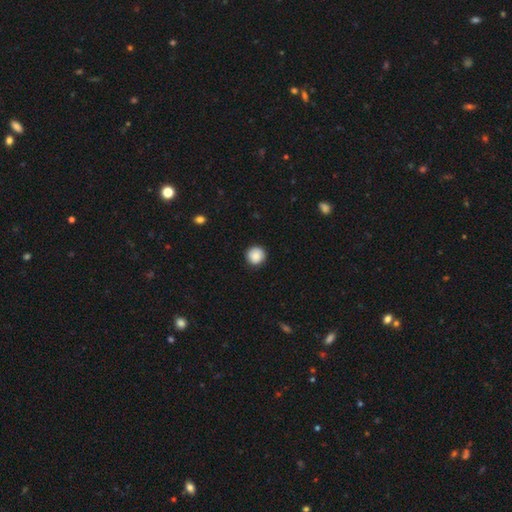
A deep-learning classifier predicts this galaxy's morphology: A smooth galaxy with no disk features (87%) that is round (94%).

Vote fractions:
- Smooth or featured? smooth: 87% / star or artifact: 8% / featured or disk: 5%
- How rounded? round: 94% / in between: 5% / cigar-shaped: 1%
- Merging? none: 89% / minor disturbance: 8% / major disturbance: 2% / merger: 1%